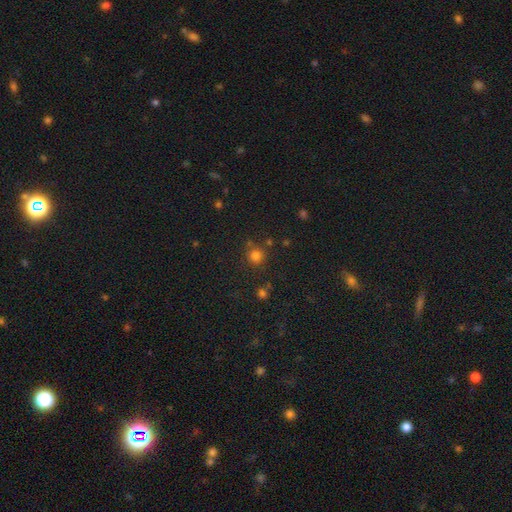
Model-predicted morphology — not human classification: smooth-or-featured: smooth: 78% | star or artifact: 17% | featured or disk: 5%
  how-rounded: round: 92% | in between: 7% | cigar-shaped: 1%
  merging: none: 77% | minor disturbance: 10% | merger: 8% | major disturbance: 4%